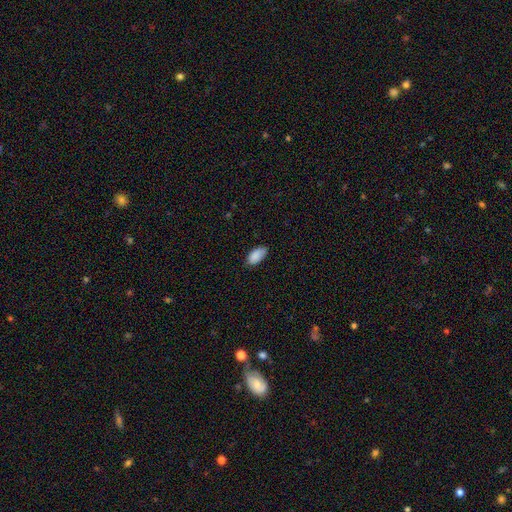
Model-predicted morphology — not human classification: Overall: smooth (89%). How rounded: in between (93%). Merging: none (79%).